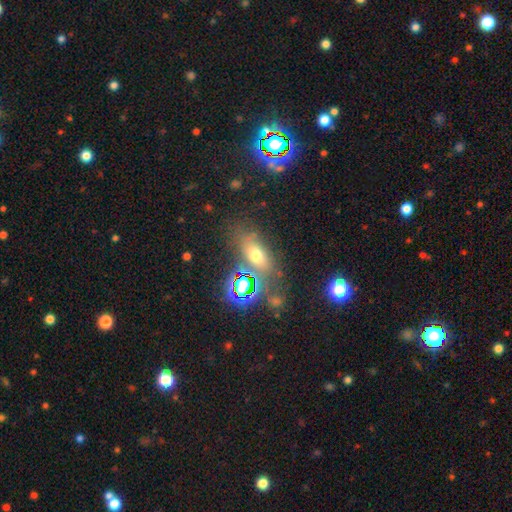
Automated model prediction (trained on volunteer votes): smooth_or_featured: smooth (p=0.58) [alt: star or artifact p=0.26]
how_rounded: in between (p=0.71) [alt: round p=0.20]
merging: none (p=0.65) [alt: minor disturbance p=0.15]